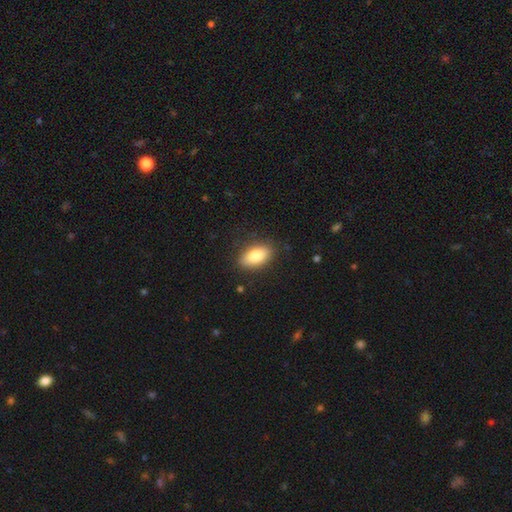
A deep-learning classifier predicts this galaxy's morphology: type=smooth (83%); roundness=in between (91%); merging=none (85%).